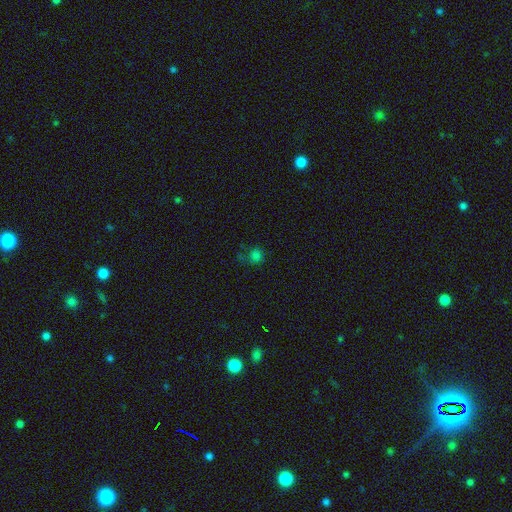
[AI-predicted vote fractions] Smooth or featured? Predicted: smooth (p=0.70). How rounded? Predicted: round (p=0.84). Merging? Predicted: none (p=0.61).